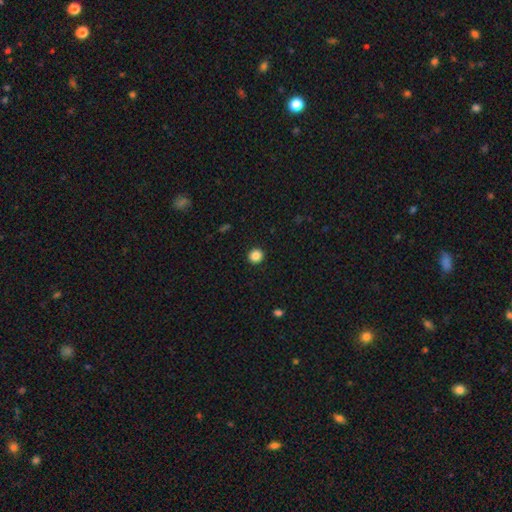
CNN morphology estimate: Smooth or featured? smooth (86%)
How rounded? round (94%)
Merging? none (93%)